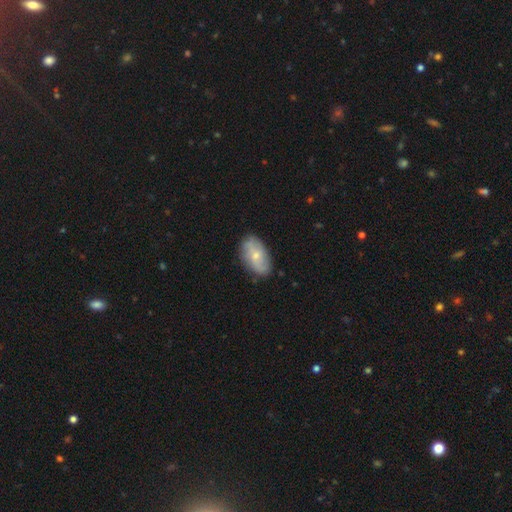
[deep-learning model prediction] Overall: featured or disk (47%; smooth 46%). Merging: none (79%).